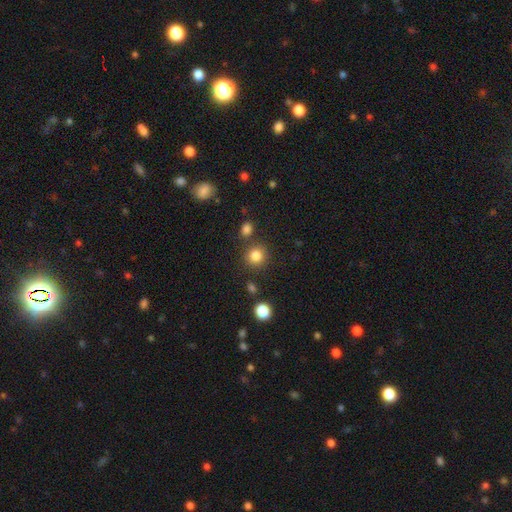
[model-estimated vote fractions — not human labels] Smooth or featured? Predicted: smooth (p=0.84). How rounded? Predicted: round (p=0.91). Merging? Predicted: none (p=0.83).